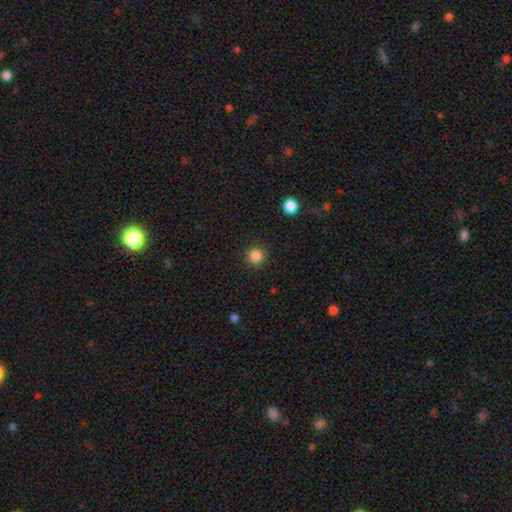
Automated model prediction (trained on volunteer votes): Q: Smooth or featured?
A: smooth (85%); runner-up: star or artifact (11%)
Q: How rounded?
A: round (95%); runner-up: in between (4%)
Q: Merging?
A: none (91%); runner-up: minor disturbance (6%)